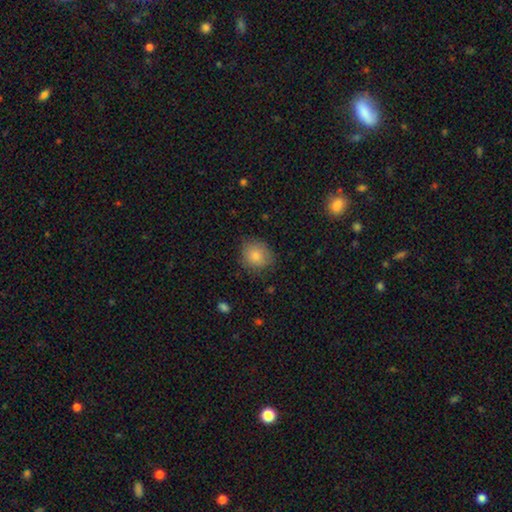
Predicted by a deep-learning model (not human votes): This appears to be a smooth galaxy with no disk features (83%) that is round (72%). Merging: none (76%).